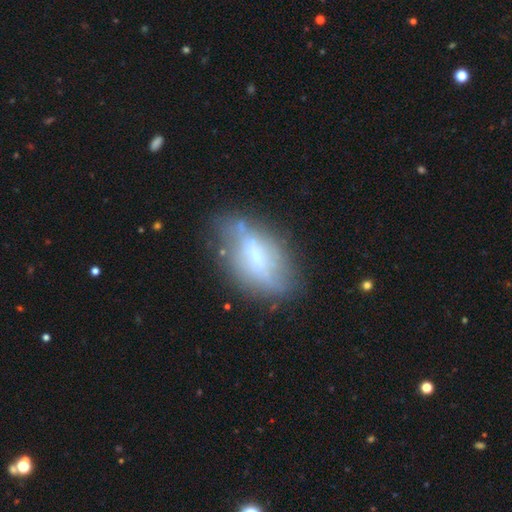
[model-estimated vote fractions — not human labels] Overall: featured or disk (51%; smooth 39%). Edge-on disk: no (66%; yes 34%). Merging: none (61%; minor disturbance 24%).